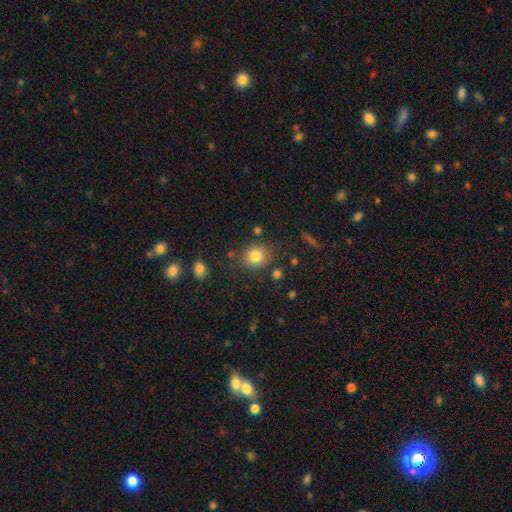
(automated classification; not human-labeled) smooth_or_featured: smooth (p=0.82) [alt: star or artifact p=0.11]
how_rounded: round (p=0.69) [alt: in between p=0.30]
merging: none (p=0.78) [alt: minor disturbance p=0.13]